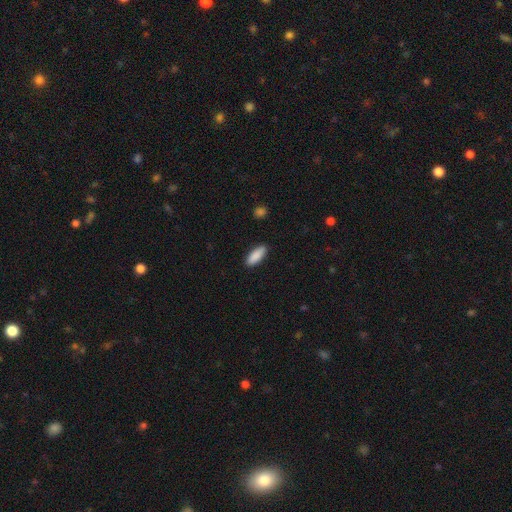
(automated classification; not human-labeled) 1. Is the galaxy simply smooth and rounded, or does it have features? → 90% smooth, 6% star or artifact, 5% featured or disk.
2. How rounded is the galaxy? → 68% in between, 30% cigar-shaped, 2% round.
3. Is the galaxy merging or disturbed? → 89% none, 8% minor disturbance, 2% major disturbance, 1% merger.